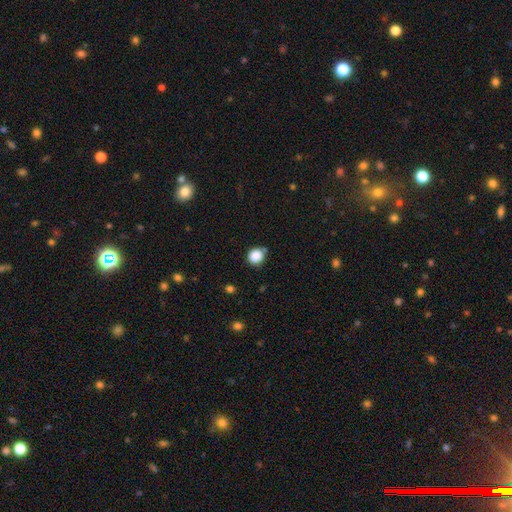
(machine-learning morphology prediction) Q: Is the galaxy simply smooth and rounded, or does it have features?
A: smooth — 86%.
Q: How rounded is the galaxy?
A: round — 88%.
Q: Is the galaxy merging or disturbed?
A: none — 76%.